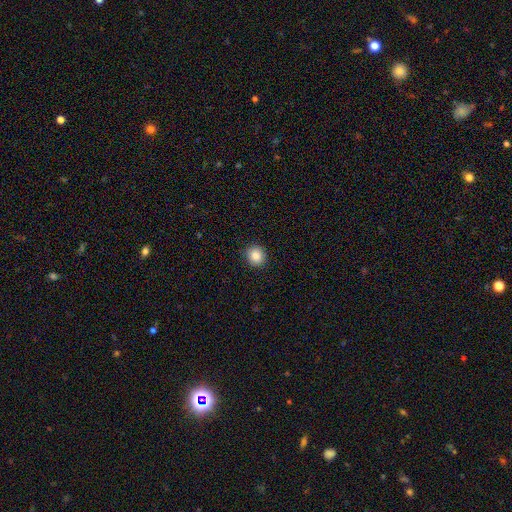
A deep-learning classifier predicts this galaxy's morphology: smooth_or_featured: smooth (p=0.87) [alt: star or artifact p=0.09]
how_rounded: round (p=0.85) [alt: in between p=0.14]
merging: none (p=0.91) [alt: minor disturbance p=0.07]